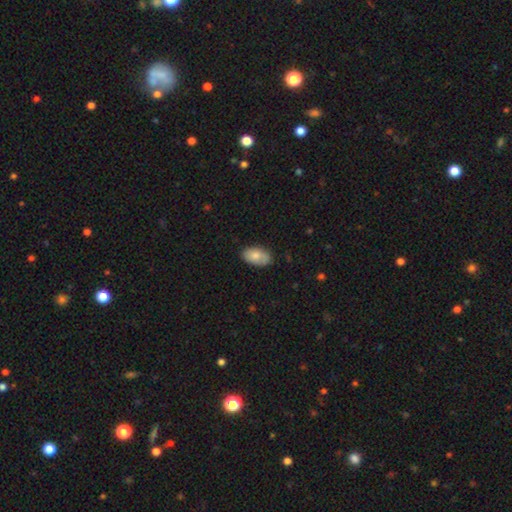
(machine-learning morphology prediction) A smooth galaxy with no disk features (80%) that is in between round and cigar-shaped (94%).

Vote fractions:
- Smooth or featured? smooth: 80% / featured or disk: 13% / star or artifact: 6%
- How rounded? in between: 94% / round: 5% / cigar-shaped: 2%
- Merging? none: 78% / minor disturbance: 17% / major disturbance: 3% / merger: 1%